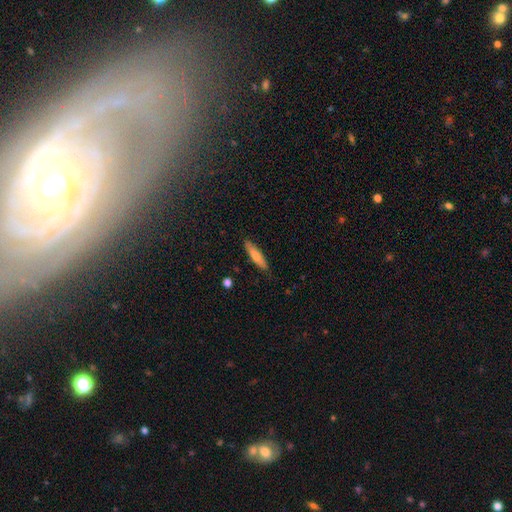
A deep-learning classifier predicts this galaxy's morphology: This appears to be a smooth galaxy with no disk features (66%) that is cigar-shaped (80%). Merging: none (86%).